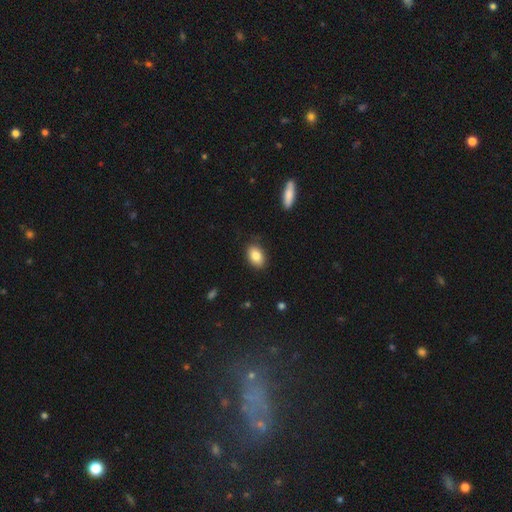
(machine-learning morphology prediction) Q: Smooth or featured?
A: smooth (84%); runner-up: featured or disk (8%)
Q: How rounded?
A: in between (88%); runner-up: round (10%)
Q: Merging?
A: none (84%); runner-up: minor disturbance (12%)